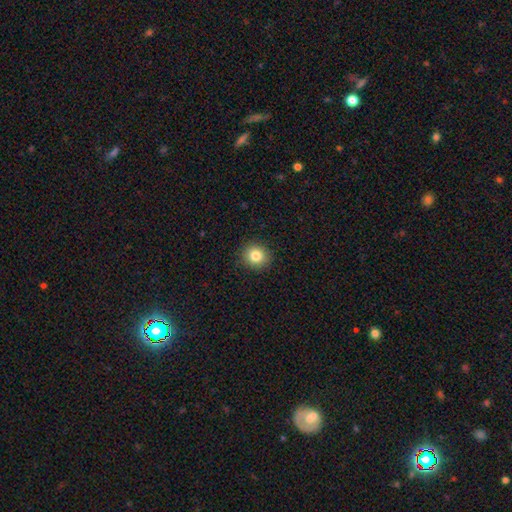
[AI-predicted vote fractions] The model was most divided on "smooth or featured": smooth: 83%, star or artifact: 11%, featured or disk: 6%. More confident: merging — none (90%); how rounded — round (87%).